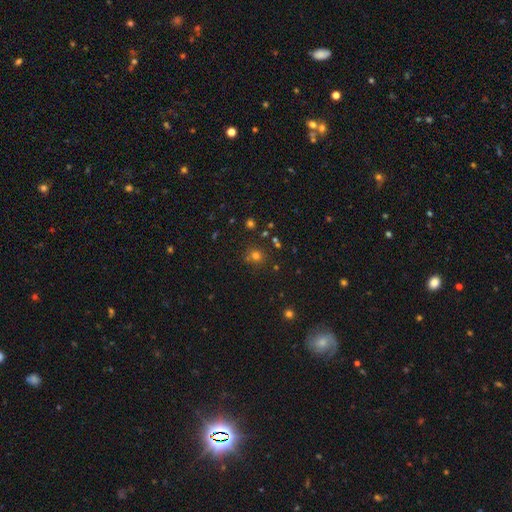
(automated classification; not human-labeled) Q: Smooth or featured?
A: smooth (67%); runner-up: star or artifact (25%)
Q: How rounded?
A: round (85%); runner-up: in between (14%)
Q: Merging?
A: none (74%); runner-up: minor disturbance (11%)